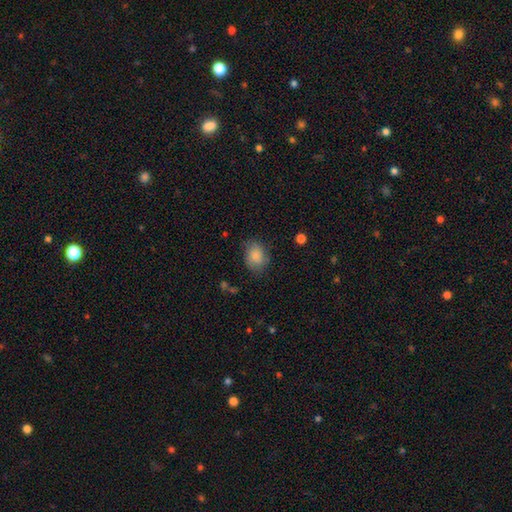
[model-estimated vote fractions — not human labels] A smooth galaxy with no disk features (79%) that is in between round and cigar-shaped (57%).

Vote fractions:
- Smooth or featured? smooth: 79% / featured or disk: 13% / star or artifact: 8%
- How rounded? in between: 57% / round: 42% / cigar-shaped: 1%
- Merging? none: 71% / minor disturbance: 21% / major disturbance: 6% / merger: 1%